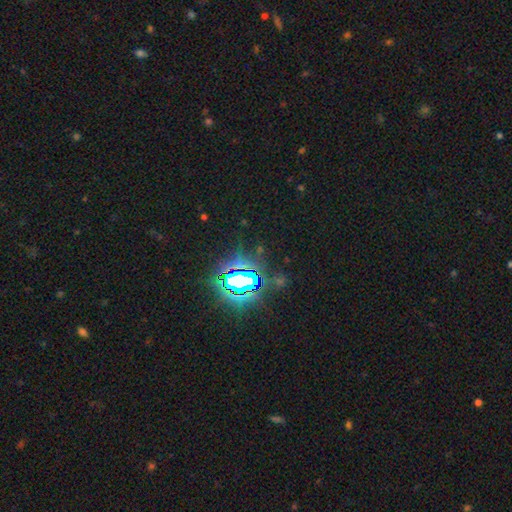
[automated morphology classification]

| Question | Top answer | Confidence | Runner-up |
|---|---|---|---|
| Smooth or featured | star or artifact | 83% | smooth (11%) |